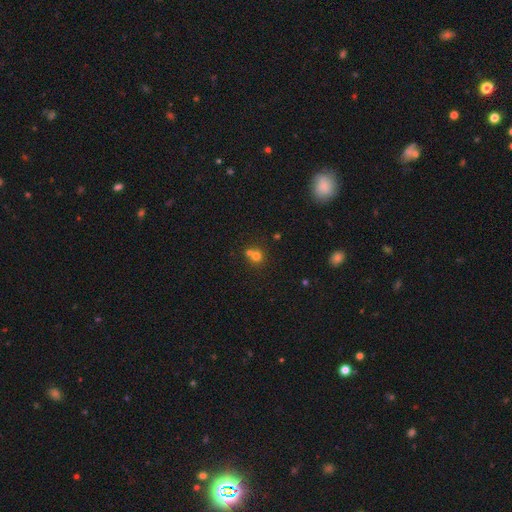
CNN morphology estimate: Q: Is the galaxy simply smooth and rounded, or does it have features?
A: smooth — 71%.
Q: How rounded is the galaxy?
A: round — 87%.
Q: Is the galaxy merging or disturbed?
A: none — 48%.